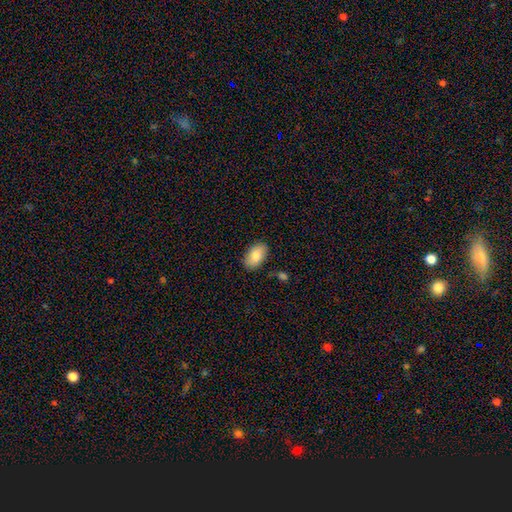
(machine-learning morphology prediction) A smooth galaxy with no disk features (80%) that is in between round and cigar-shaped (92%). Merging: none (84%).